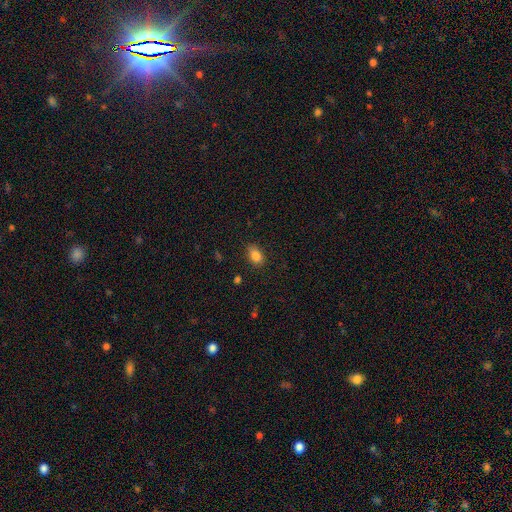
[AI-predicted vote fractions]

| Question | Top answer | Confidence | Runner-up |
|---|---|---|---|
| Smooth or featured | smooth | 85% | star or artifact (10%) |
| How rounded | in between | 85% | round (14%) |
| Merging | none | 84% | minor disturbance (11%) |